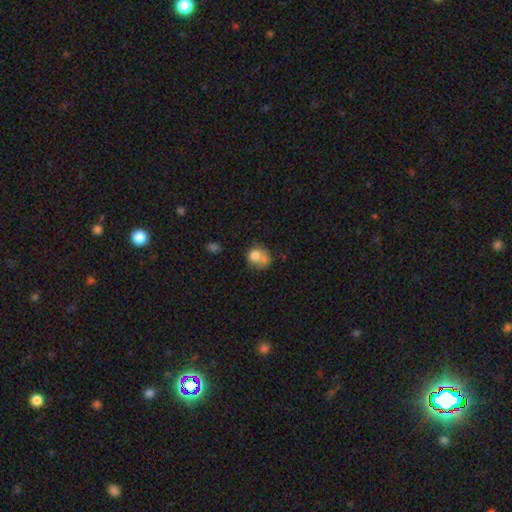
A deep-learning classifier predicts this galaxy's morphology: type=smooth (72%); roundness=round (68%); merging=merger (49%).